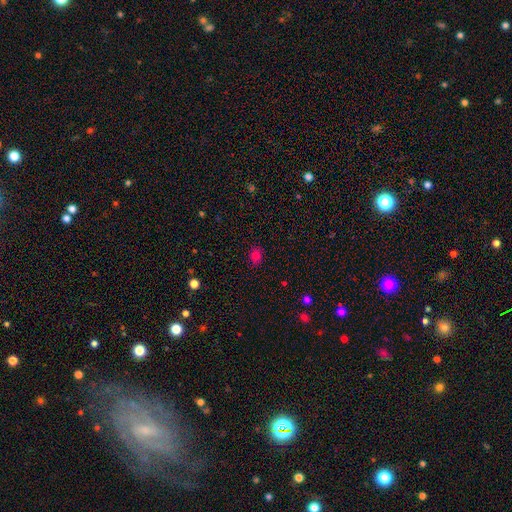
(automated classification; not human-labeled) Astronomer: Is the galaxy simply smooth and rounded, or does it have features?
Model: smooth — 77%.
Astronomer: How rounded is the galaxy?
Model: in between — 57% (runner-up: round, 42%).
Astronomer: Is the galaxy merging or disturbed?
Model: none — 84%.